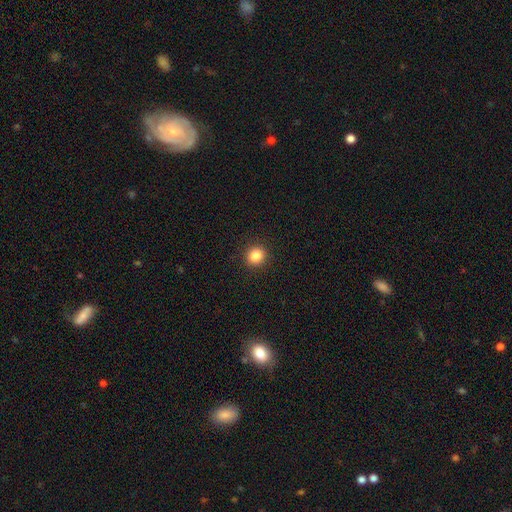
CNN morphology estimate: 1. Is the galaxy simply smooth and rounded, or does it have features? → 85% smooth, 11% star or artifact, 4% featured or disk.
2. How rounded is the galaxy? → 89% round, 10% in between, 1% cigar-shaped.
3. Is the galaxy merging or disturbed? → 92% none, 5% minor disturbance, 2% major disturbance, 1% merger.